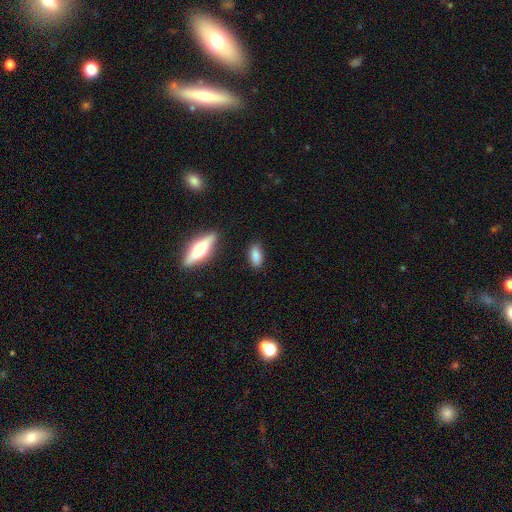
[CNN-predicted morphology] This is clearly a smooth galaxy (83%). How rounded: likely in between (79%). Merging: clearly none (81%).